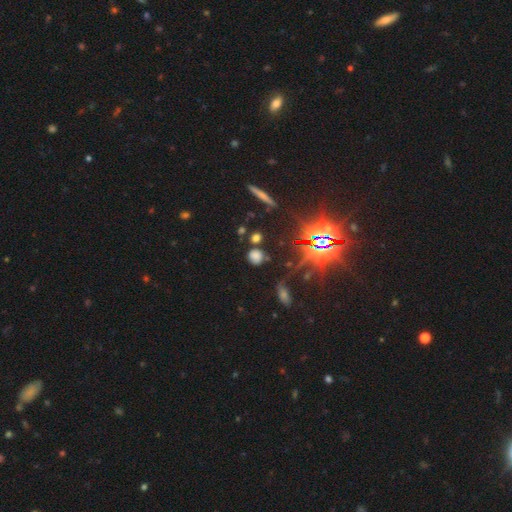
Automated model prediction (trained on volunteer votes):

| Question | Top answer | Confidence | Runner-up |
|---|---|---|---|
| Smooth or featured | smooth | 61% | star or artifact (30%) |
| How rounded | round | 83% | in between (15%) |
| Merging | none | 77% | minor disturbance (12%) |